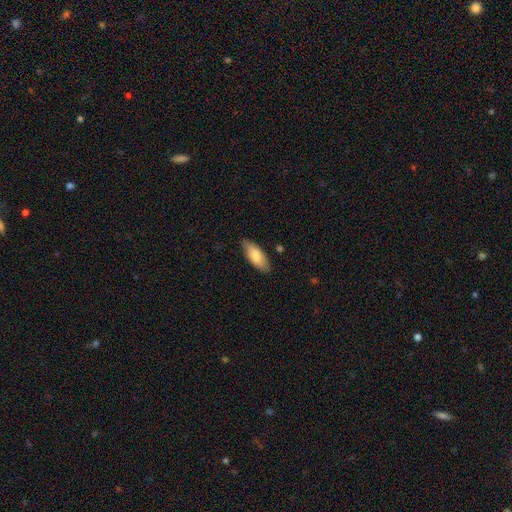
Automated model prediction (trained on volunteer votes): This appears to be a smooth galaxy with no disk features (82%) that is in between round and cigar-shaped (81%). Merging: none (85%).